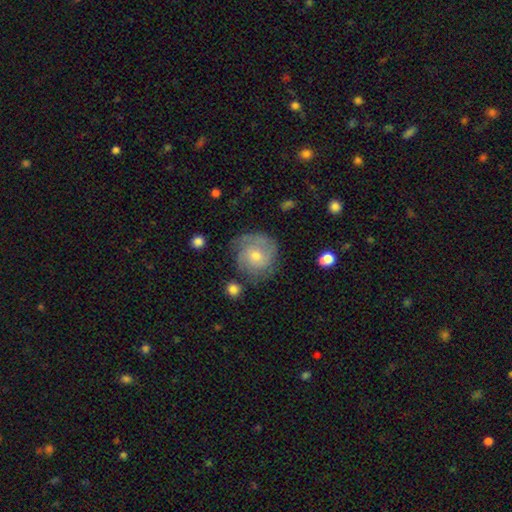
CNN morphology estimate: A featured or disk galaxy (61%) with no bar (74%), tight (55%) spiral arms (86%) and a moderate central bulge (51%).

Vote fractions:
- Smooth or featured? featured or disk: 61% / smooth: 32% / star or artifact: 7%
- Edge-on disk? no: 97% / yes: 3%
- Bar? no: 74% / weak: 23% / strong: 3%
- Spiral arms? yes: 86% / no: 14%
- Spiral winding? tight: 55% / medium: 33% / loose: 12%
- Spiral arm count? can't tell: 34% / 2: 30% / 3: 19% / 1: 8% / 4: 6% / more than 4: 4%
- Bulge size? moderate: 51% / small: 44% / large: 2% / none: 2% / dominant: 1%
- Merging? none: 69% / minor disturbance: 20% / major disturbance: 8% / merger: 3%